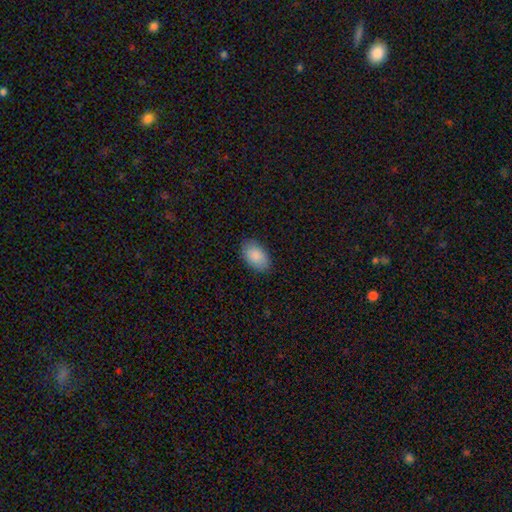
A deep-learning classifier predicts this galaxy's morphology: This appears to be a smooth galaxy with no disk features (88%) that is in between round and cigar-shaped (94%). Merging: none (85%).